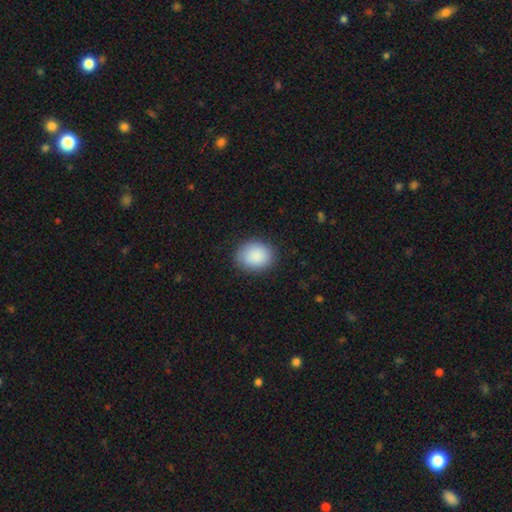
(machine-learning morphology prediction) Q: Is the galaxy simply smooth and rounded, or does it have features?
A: smooth — 89%.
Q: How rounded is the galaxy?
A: round — 56%.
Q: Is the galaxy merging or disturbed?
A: none — 86%.